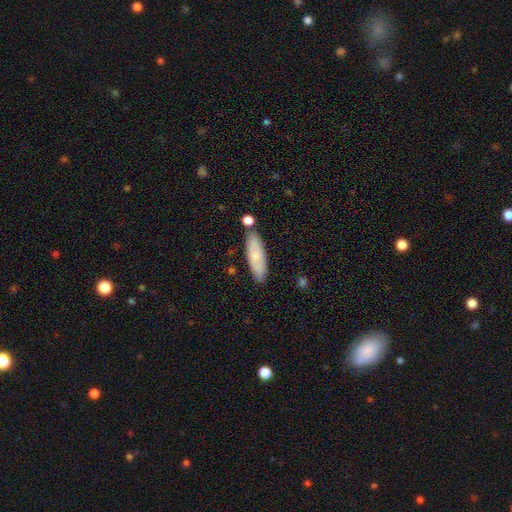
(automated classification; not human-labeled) A smooth galaxy with no disk features (77%) that is in between round and cigar-shaped (52%).

Vote fractions:
- Smooth or featured? smooth: 77% / featured or disk: 17% / star or artifact: 6%
- How rounded? in between: 52% / cigar-shaped: 46% / round: 2%
- Merging? none: 78% / minor disturbance: 13% / merger: 6% / major disturbance: 3%